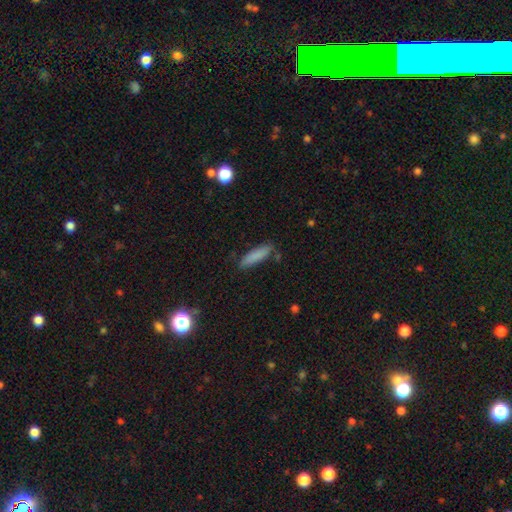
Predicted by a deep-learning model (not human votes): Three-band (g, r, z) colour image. It shows a smooth galaxy with no disk features (83%) that is cigar-shaped (72%). Merging: none (80%).